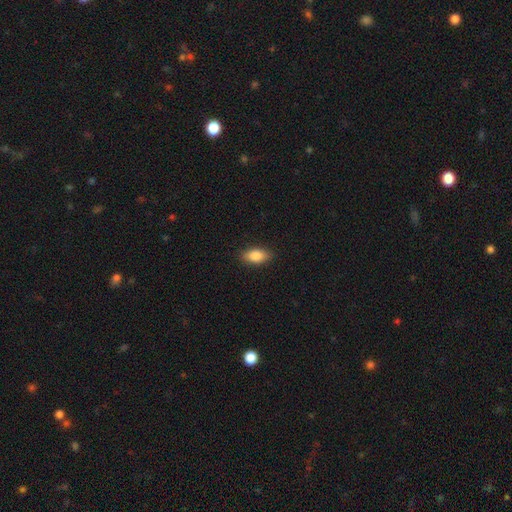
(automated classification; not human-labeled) smooth 86%, featured or disk 8%, star or artifact 7%. Down the decision tree: how rounded — in between (89%); merging — none (88%).